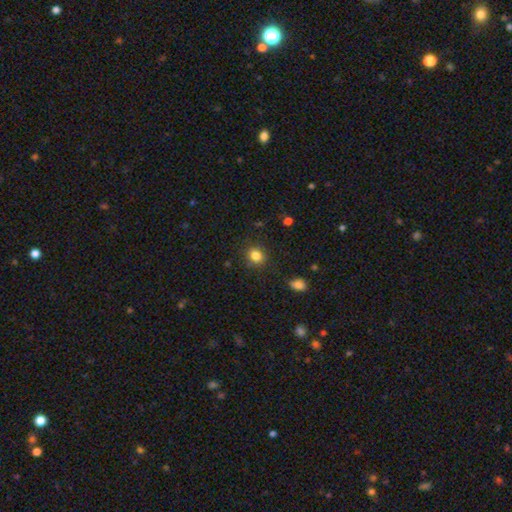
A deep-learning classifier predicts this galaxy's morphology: smooth_or_featured: smooth (p=0.83) [alt: star or artifact p=0.11]
how_rounded: round (p=0.71) [alt: in between p=0.28]
merging: none (p=0.87) [alt: minor disturbance p=0.09]